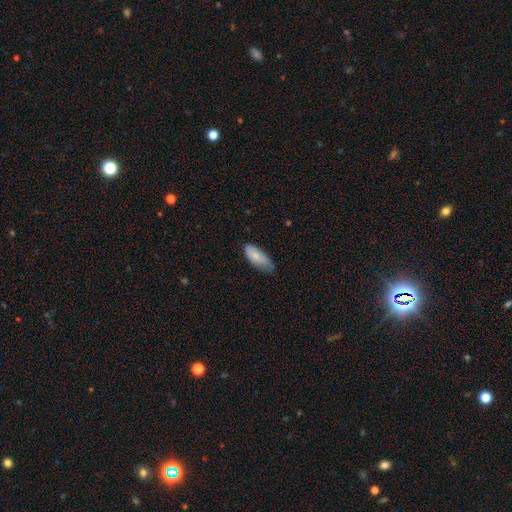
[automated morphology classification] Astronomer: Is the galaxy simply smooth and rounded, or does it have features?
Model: smooth — 77%.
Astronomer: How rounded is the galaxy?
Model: in between — 87%.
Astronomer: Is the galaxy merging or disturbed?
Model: none — 45% (runner-up: minor disturbance, 44%).